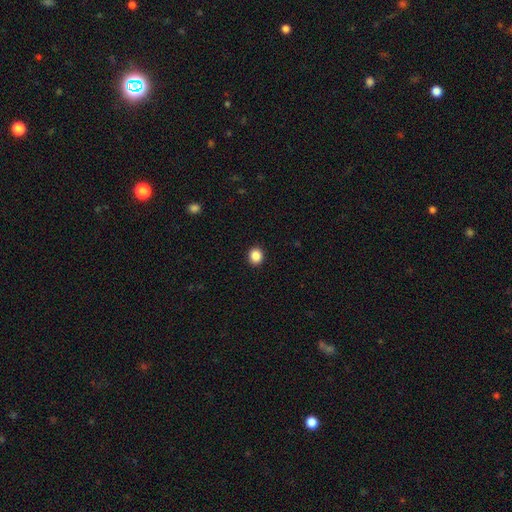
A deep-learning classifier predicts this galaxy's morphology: Overall: smooth (88%). How rounded: round (80%). Merging: none (93%).